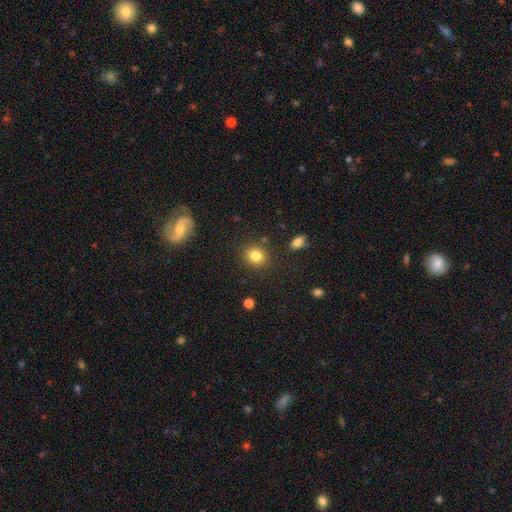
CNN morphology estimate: This appears to be a smooth galaxy with no disk features (83%) that is round (65%). Merging: none (85%).